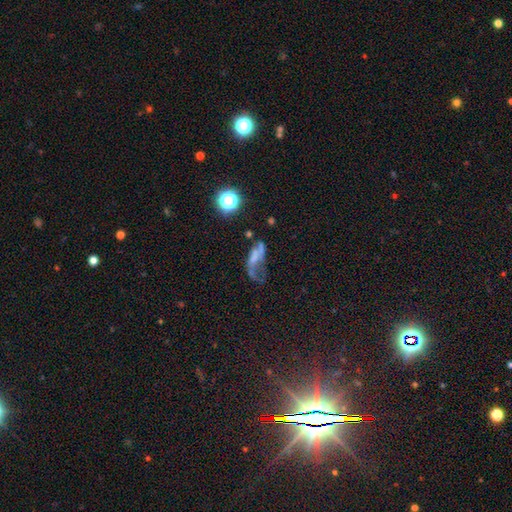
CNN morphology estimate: This appears to be a featured or disk galaxy (47%). Merging: major disturbance (46%).